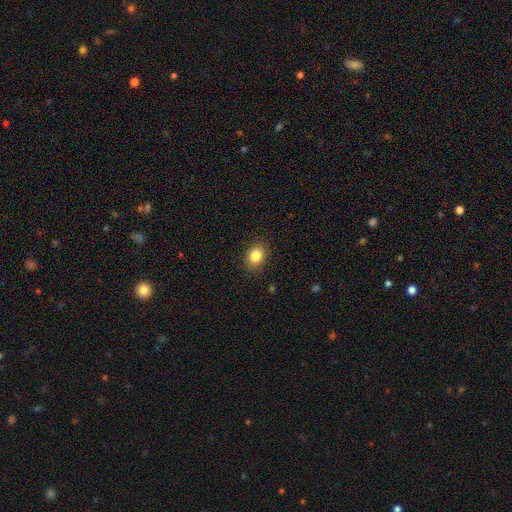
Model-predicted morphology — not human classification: smooth 85%, star or artifact 10%, featured or disk 6%. Down the decision tree: how rounded — in between (59%); merging — none (88%).